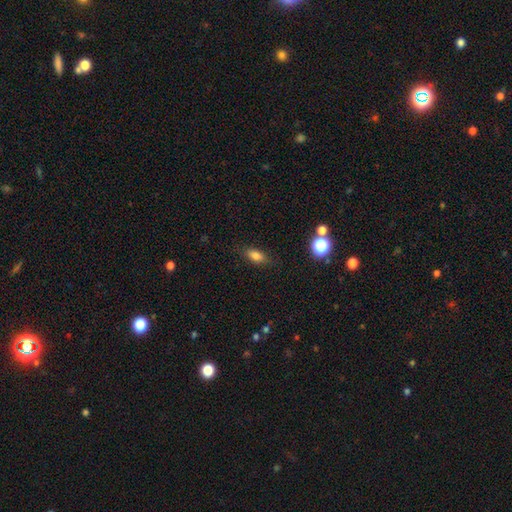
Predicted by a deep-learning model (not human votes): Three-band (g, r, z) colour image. It shows a smooth galaxy with no disk features (78%) that is in between round and cigar-shaped (77%). Merging: none (82%).